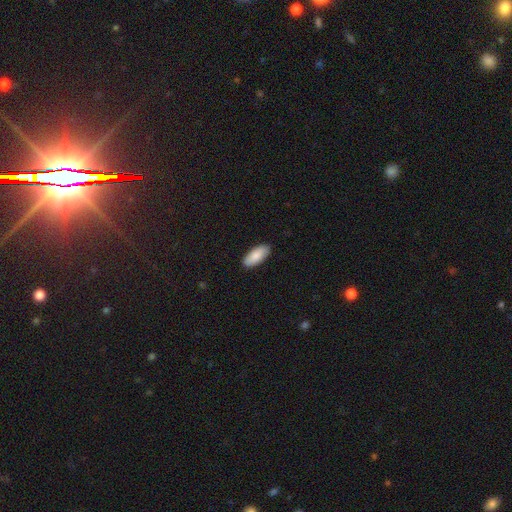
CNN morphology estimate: Overall: smooth (86%). How rounded: in between (87%). Merging: none (90%).